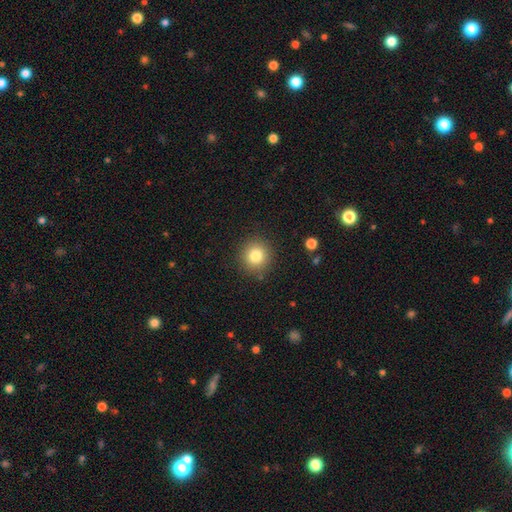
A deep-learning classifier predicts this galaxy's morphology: smooth-or-featured: smooth: 81% | star or artifact: 11% | featured or disk: 8%
  how-rounded: round: 93% | in between: 6% | cigar-shaped: 1%
  merging: none: 88% | minor disturbance: 7% | major disturbance: 3% | merger: 2%